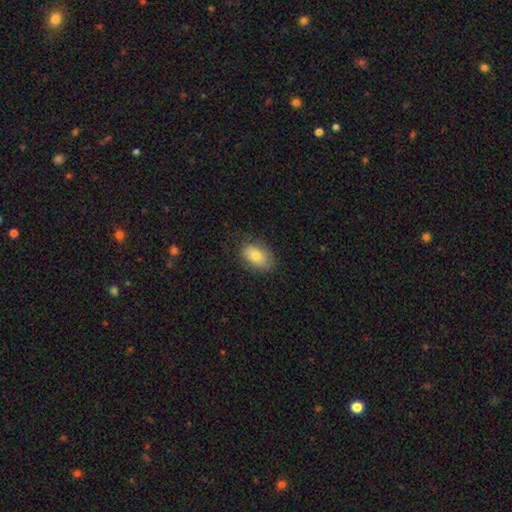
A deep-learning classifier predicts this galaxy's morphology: smooth-or-featured: smooth: 77% | featured or disk: 15% | star or artifact: 8%
  how-rounded: in between: 89% | round: 9% | cigar-shaped: 2%
  merging: none: 79% | minor disturbance: 16% | major disturbance: 4% | merger: 1%